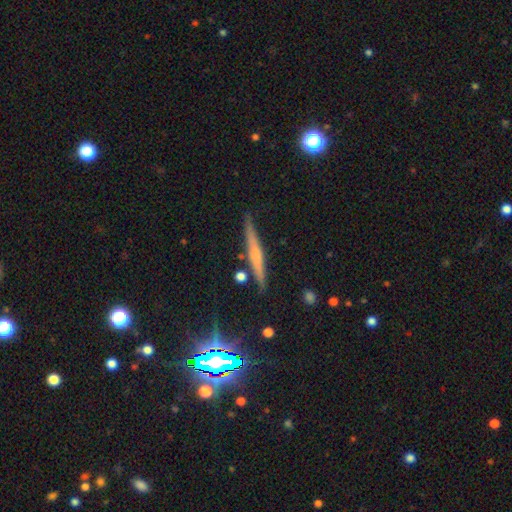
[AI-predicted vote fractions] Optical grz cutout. It shows a featured or disk galaxy (48%). Merging: none (85%).